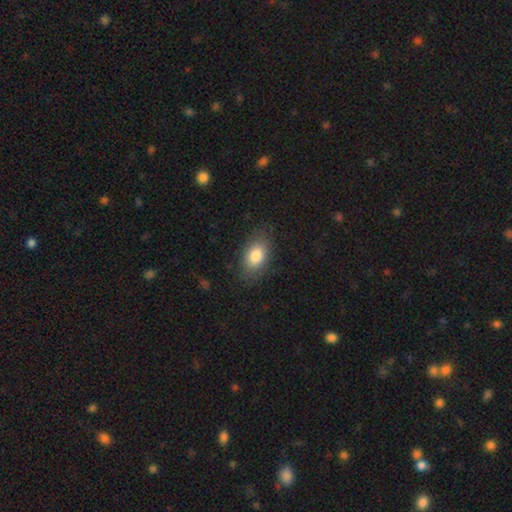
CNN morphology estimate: Smooth or featured?
  - smooth: 83% *
  - featured or disk: 10%
  - star or artifact: 7%
How rounded?
  - in between: 89% *
  - round: 9%
  - cigar-shaped: 2%
Merging?
  - none: 81% *
  - minor disturbance: 14%
  - major disturbance: 4%
  - merger: 1%